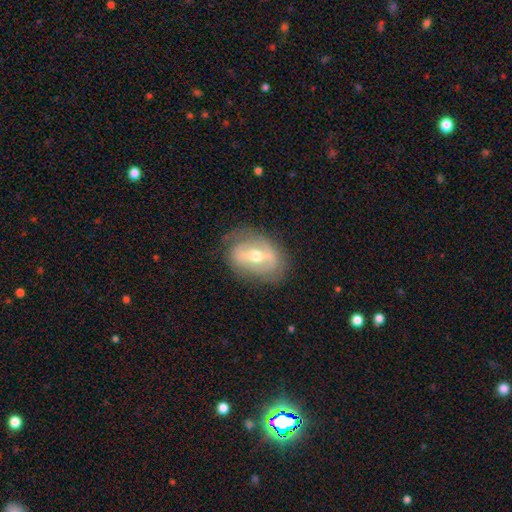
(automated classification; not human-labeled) This appears to be a featured or disk galaxy (68%) with a strong bar (45%), spiral arms (52%) and a moderate central bulge (72%). Merging: none (71%).